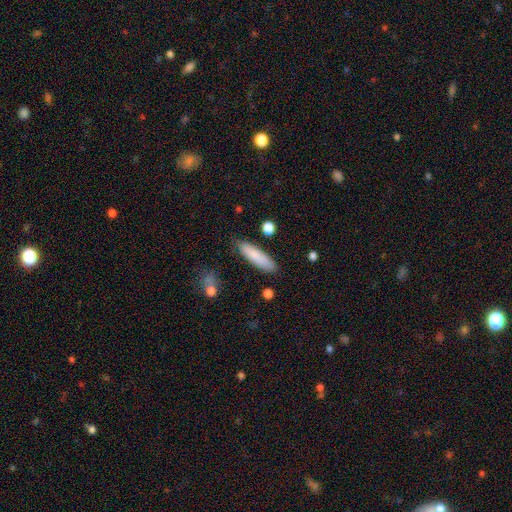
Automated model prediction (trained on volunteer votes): smooth 84%, featured or disk 10%, star or artifact 6%. Down the decision tree: how rounded — cigar-shaped (70%); merging — none (85%).